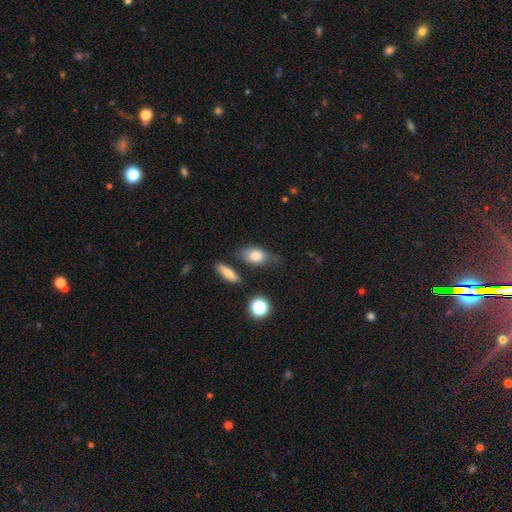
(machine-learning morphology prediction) Smooth or featured?
  - smooth: 79% *
  - featured or disk: 13%
  - star or artifact: 9%
How rounded?
  - in between: 80% *
  - round: 15%
  - cigar-shaped: 5%
Merging?
  - none: 58% *
  - minor disturbance: 26%
  - major disturbance: 8%
  - merger: 7%